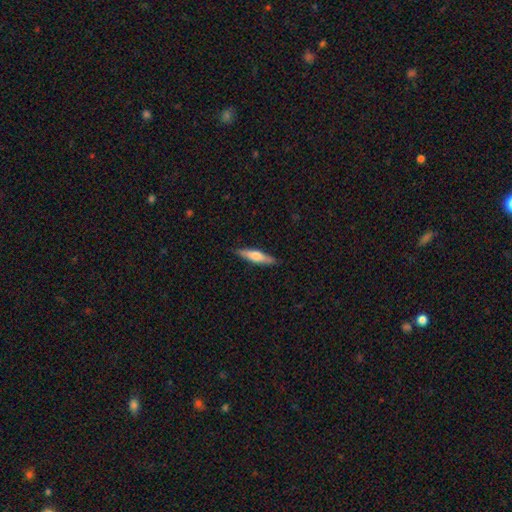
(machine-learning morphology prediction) Overall: smooth (53%; featured or disk 41%). How rounded: cigar-shaped (79%). Merging: none (88%).